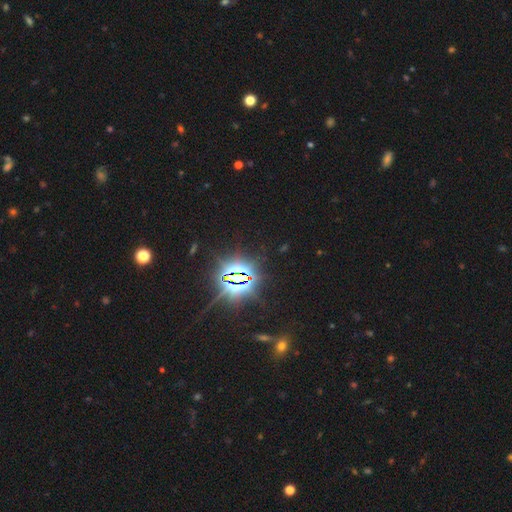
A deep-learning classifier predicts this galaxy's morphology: Smooth or featured: star or artifact — 84% (smooth — 9%)